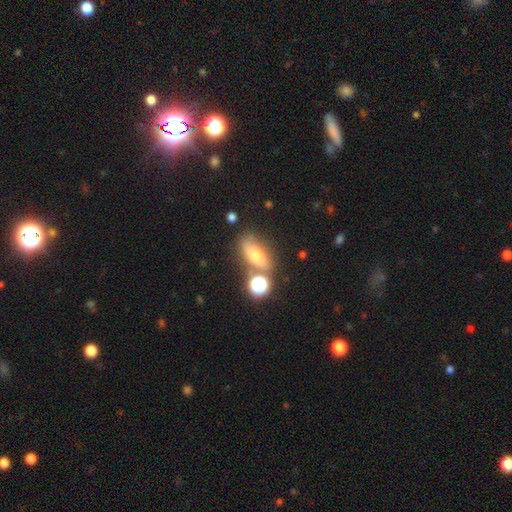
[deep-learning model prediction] This appears to be a smooth galaxy with no disk features (66%) that is in between round and cigar-shaped (69%). Merging: none (61%).